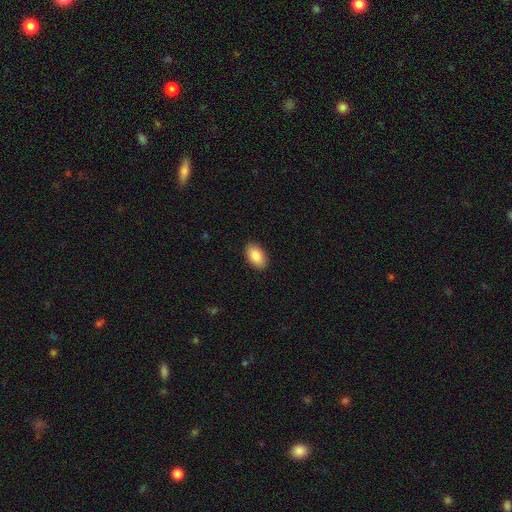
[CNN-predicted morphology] Q: Smooth or featured?
A: smooth (88%); runner-up: star or artifact (7%)
Q: How rounded?
A: in between (94%); runner-up: round (4%)
Q: Merging?
A: none (90%); runner-up: minor disturbance (7%)